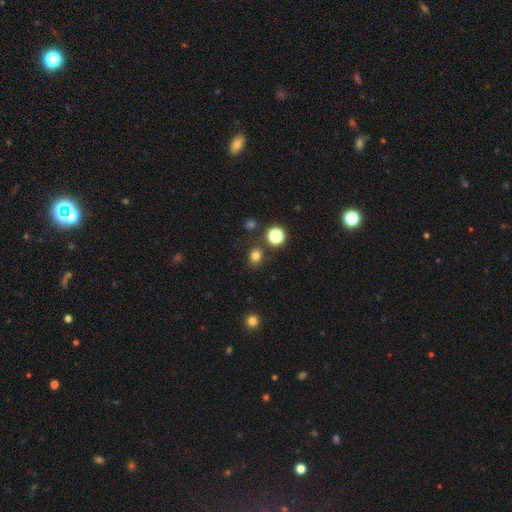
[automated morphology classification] type=smooth (77%); roundness=round (72%); merging=none (82%).